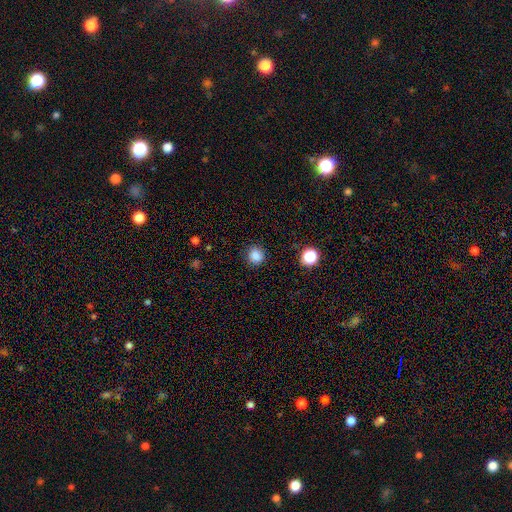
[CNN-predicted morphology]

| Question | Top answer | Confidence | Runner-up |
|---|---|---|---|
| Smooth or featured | smooth | 84% | star or artifact (12%) |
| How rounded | round | 87% | in between (12%) |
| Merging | none | 88% | minor disturbance (8%) |